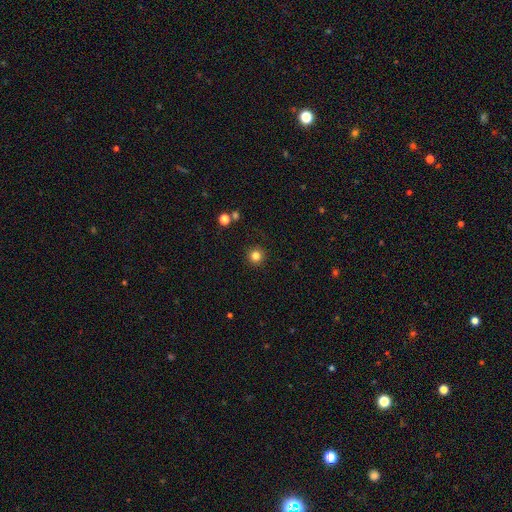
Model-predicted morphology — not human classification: smooth 82%, star or artifact 13%, featured or disk 5%. Down the decision tree: how rounded — round (96%); merging — none (91%).